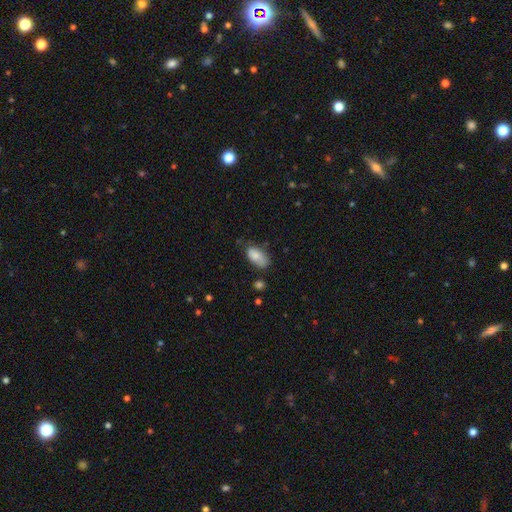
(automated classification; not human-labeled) Smooth or featured? smooth (80%)
How rounded? in between (93%)
Merging? none (56%)